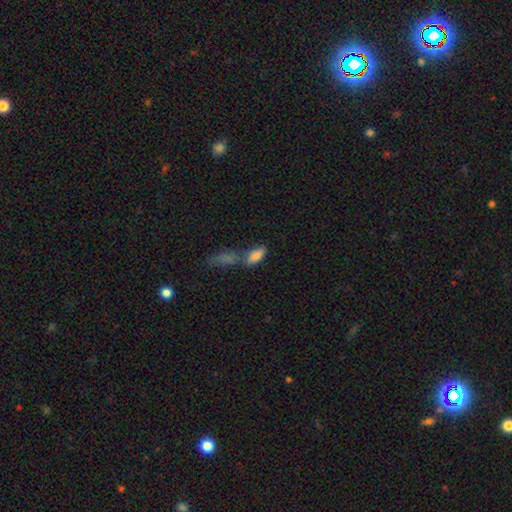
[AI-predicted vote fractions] Smooth or featured? Predicted: smooth (p=0.81). How rounded? Predicted: in between (p=0.77). Merging? Predicted: none (p=0.41, tied with merger).